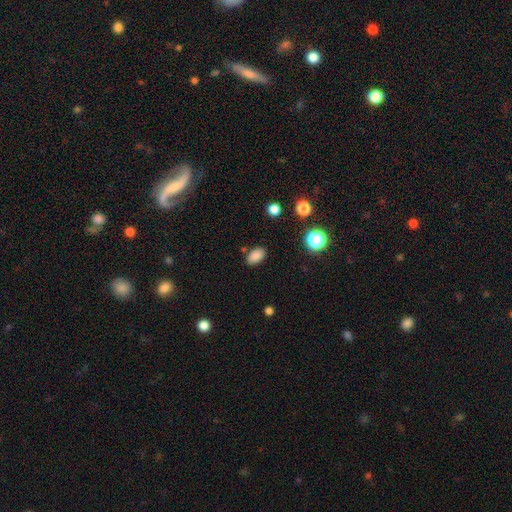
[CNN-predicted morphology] smooth-or-featured: smooth: 84% | star or artifact: 11% | featured or disk: 4%
  how-rounded: in between: 89% | round: 9% | cigar-shaped: 2%
  merging: none: 84% | minor disturbance: 10% | major disturbance: 3% | merger: 3%